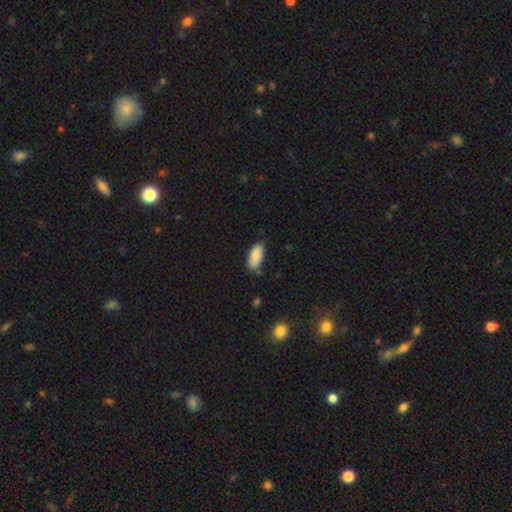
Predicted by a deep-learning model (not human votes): Smooth or featured: smooth — 86% (featured or disk — 7%)
How rounded: in between — 90% (cigar-shaped — 8%)
Merging: none — 77% (minor disturbance — 18%)